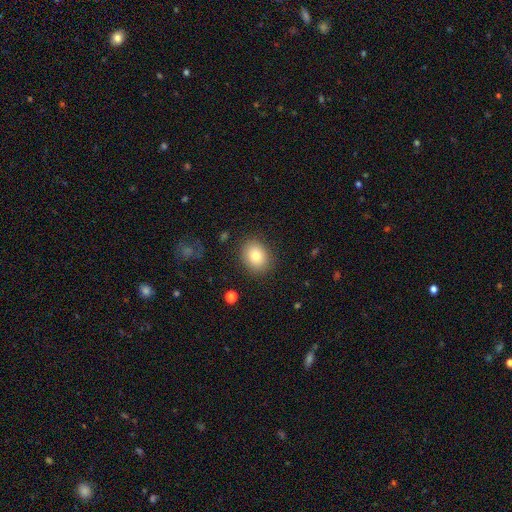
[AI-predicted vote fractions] Overall: smooth (80%). How rounded: round (52%; in between 47%). Merging: none (86%).